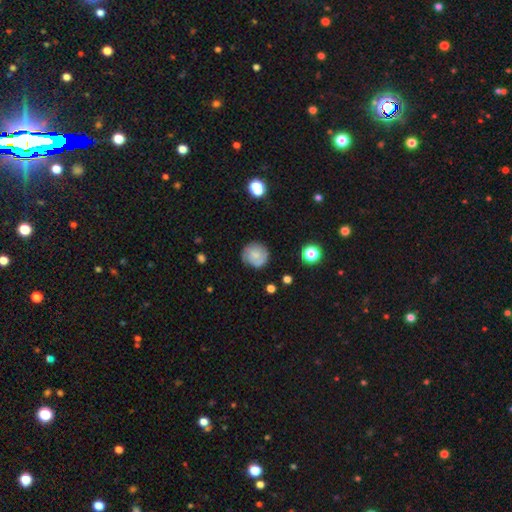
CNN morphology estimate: A smooth galaxy with no disk features (64%) that is round (91%). Merging: none (78%).